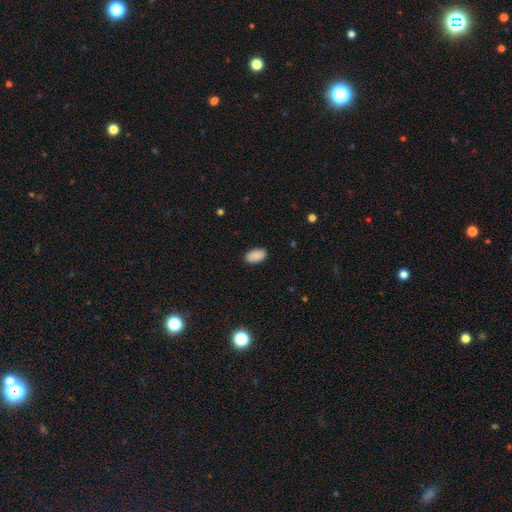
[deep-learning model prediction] This is clearly a smooth galaxy (89%). How rounded: clearly in between (94%). Merging: clearly none (88%).